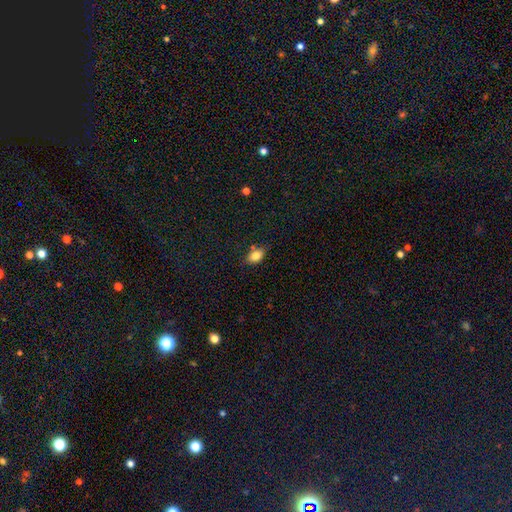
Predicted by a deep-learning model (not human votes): The model was most divided on "merging": none: 74%, minor disturbance: 17%, merger: 6%, major disturbance: 3%. More confident: how rounded — in between (84%); smooth or featured — smooth (83%).